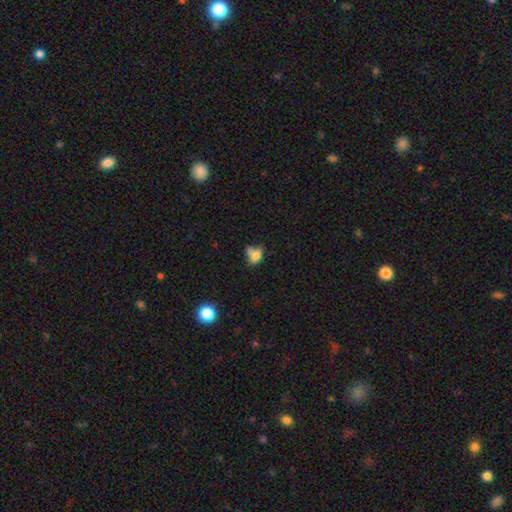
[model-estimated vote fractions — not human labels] smooth_or_featured: smooth (p=0.70) [alt: featured or disk p=0.17]
how_rounded: in between (p=0.72) [alt: round p=0.24]
merging: merger (p=0.34) [alt: none p=0.31]